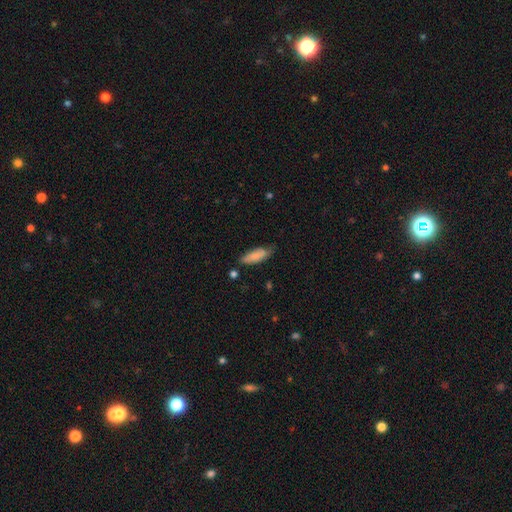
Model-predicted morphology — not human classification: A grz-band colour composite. It shows a smooth galaxy with no disk features (82%) that is in between round and cigar-shaped (60%). Merging: none (66%).